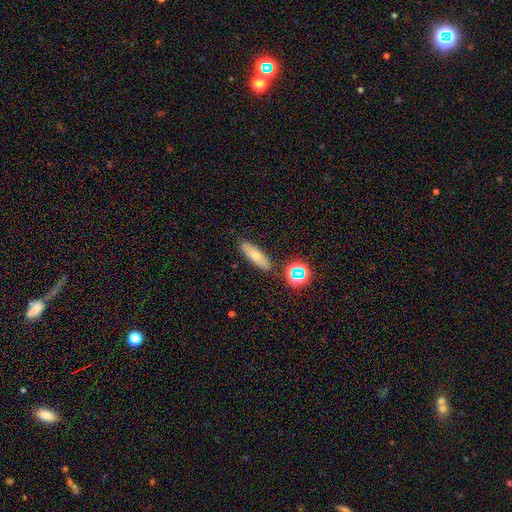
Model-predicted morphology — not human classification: Smooth or featured: smooth — 67% (featured or disk — 21%)
How rounded: in between — 51% (cigar-shaped — 44%)
Merging: none — 83% (minor disturbance — 11%)